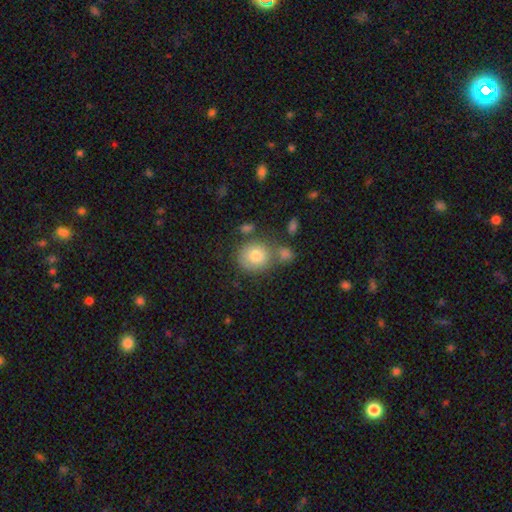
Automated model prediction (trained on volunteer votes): Q: Smooth or featured?
A: smooth (79%); runner-up: featured or disk (13%)
Q: How rounded?
A: round (84%); runner-up: in between (15%)
Q: Merging?
A: none (60%); runner-up: merger (20%)